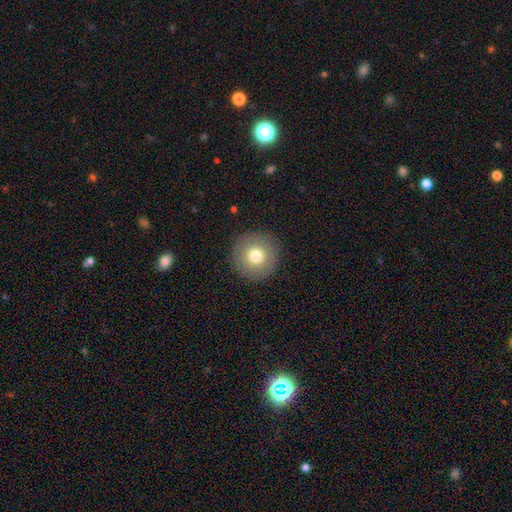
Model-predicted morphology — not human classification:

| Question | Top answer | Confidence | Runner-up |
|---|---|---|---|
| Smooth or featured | smooth | 75% | featured or disk (16%) |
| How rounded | round | 96% | in between (3%) |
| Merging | none | 91% | minor disturbance (6%) |